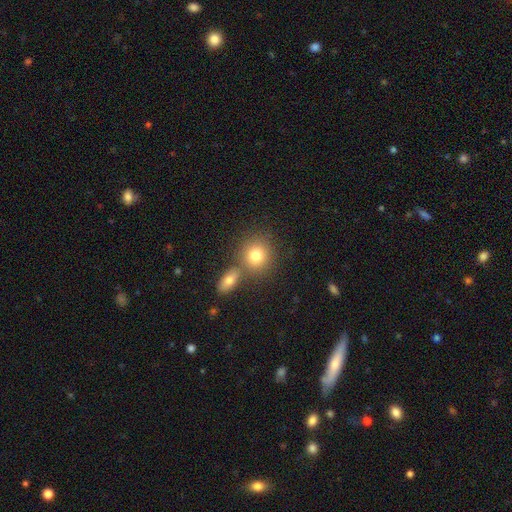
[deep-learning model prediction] Smooth or featured?
  - smooth: 78% *
  - featured or disk: 11%
  - star or artifact: 11%
How rounded?
  - round: 81% *
  - in between: 18%
  - cigar-shaped: 1%
Merging?
  - none: 61% *
  - merger: 27%
  - minor disturbance: 9%
  - major disturbance: 3%